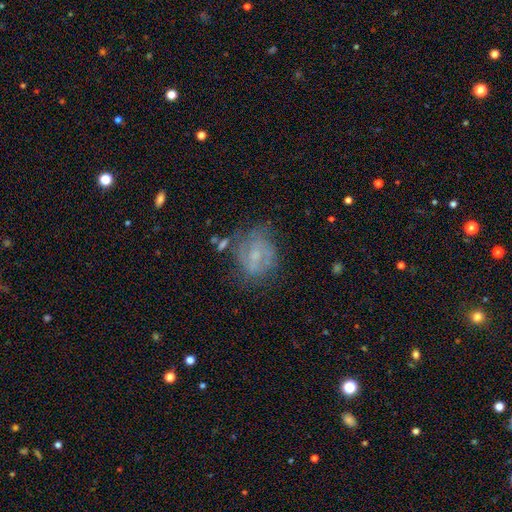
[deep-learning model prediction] Overall: featured or disk (61%; smooth 28%). Edge-on disk: no (97%). Bar: no (55%; weak 38%). Spiral arms: yes (69%; no 31%). Bulge size: small (57%; moderate 26%). Merging: none (56%; minor disturbance 24%).